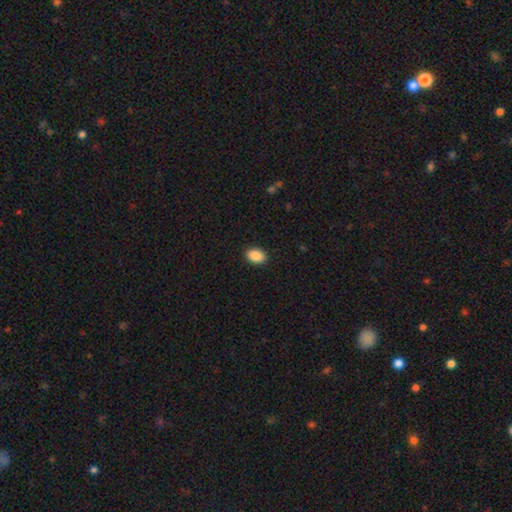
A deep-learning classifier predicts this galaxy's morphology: Overall: smooth (89%). How rounded: in between (86%). Merging: none (90%).